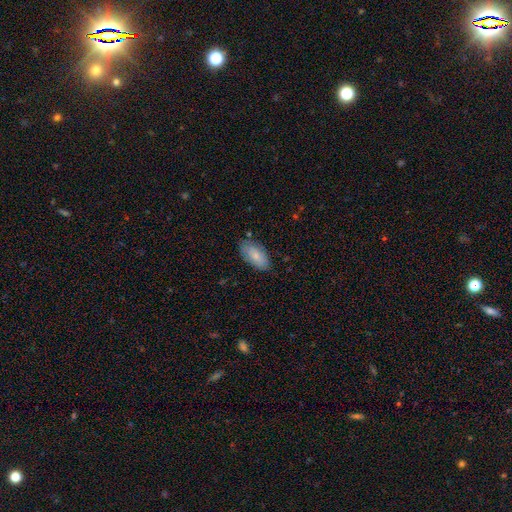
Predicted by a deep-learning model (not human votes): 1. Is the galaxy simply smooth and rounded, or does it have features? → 80% smooth, 14% featured or disk, 6% star or artifact.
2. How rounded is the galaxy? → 93% in between, 5% cigar-shaped, 2% round.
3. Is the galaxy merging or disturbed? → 78% none, 17% minor disturbance, 3% major disturbance, 2% merger.